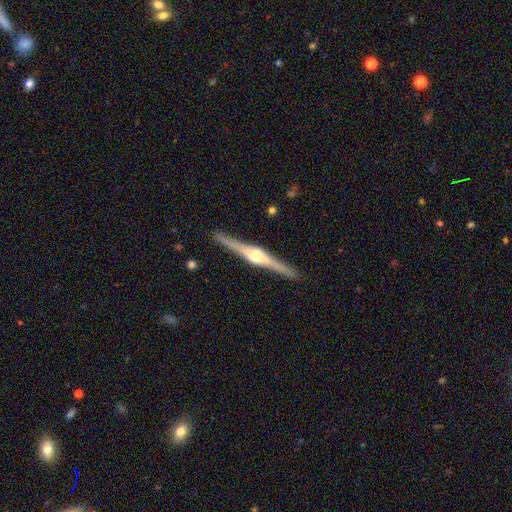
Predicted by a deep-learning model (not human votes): Q: Smooth or featured?
A: featured or disk (85%); runner-up: smooth (10%)
Q: Edge-on disk?
A: yes (98%); runner-up: no (2%)
Q: Edge-on bulge?
A: rounded (84%); runner-up: boxy (13%)
Q: Merging?
A: none (90%); runner-up: minor disturbance (7%)